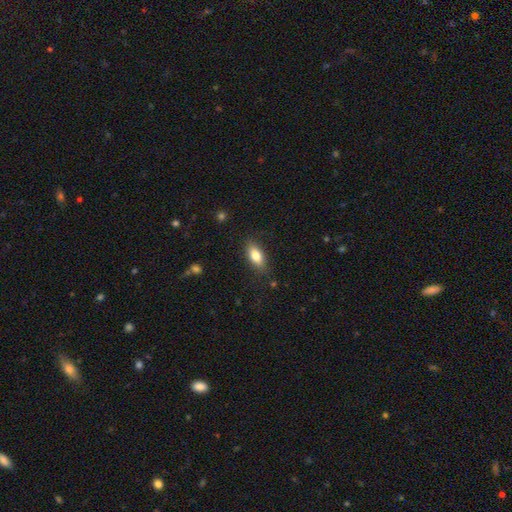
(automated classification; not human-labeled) Smooth or featured: smooth — 77% (featured or disk — 16%)
How rounded: in between — 82% (cigar-shaped — 15%)
Merging: none — 85% (minor disturbance — 12%)